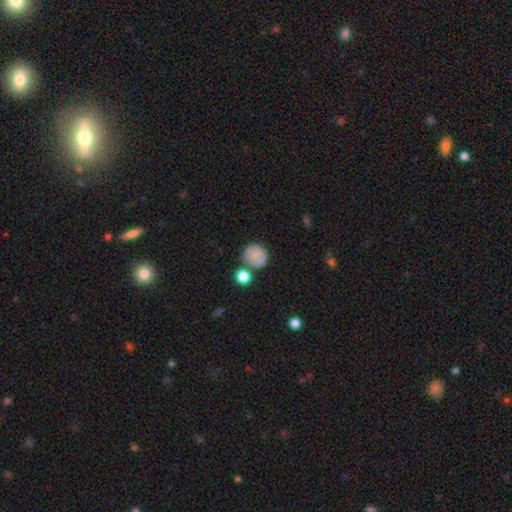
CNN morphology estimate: smooth-or-featured: smooth: 70% | featured or disk: 20% | star or artifact: 11%
  how-rounded: round: 84% | in between: 15% | cigar-shaped: 1%
  merging: none: 62% | minor disturbance: 18% | merger: 14% | major disturbance: 7%